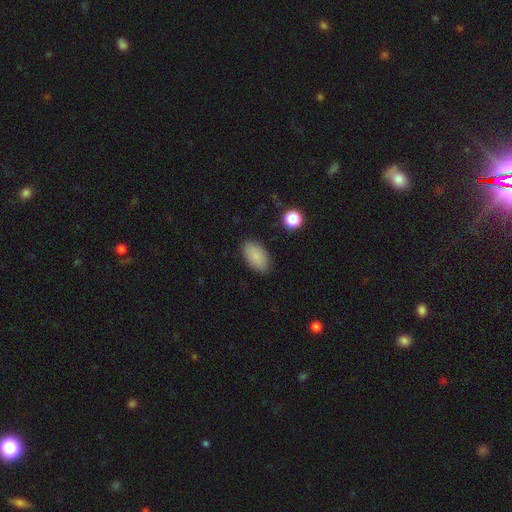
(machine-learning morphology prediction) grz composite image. It shows a smooth galaxy with no disk features (87%) that is in between round and cigar-shaped (94%). Merging: none (86%).